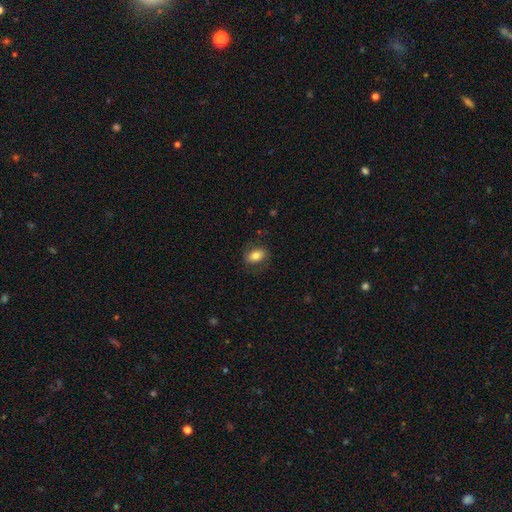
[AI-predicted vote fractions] smooth-or-featured: smooth: 72% | featured or disk: 20% | star or artifact: 8%
  how-rounded: in between: 83% | round: 15% | cigar-shaped: 2%
  merging: none: 74% | minor disturbance: 16% | major disturbance: 8% | merger: 1%